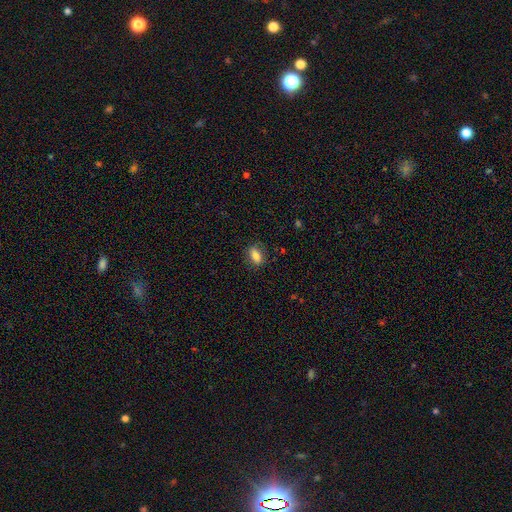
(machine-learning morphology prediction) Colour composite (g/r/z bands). It shows a smooth galaxy with no disk features (82%) that is in between round and cigar-shaped (82%). Merging: none (81%).